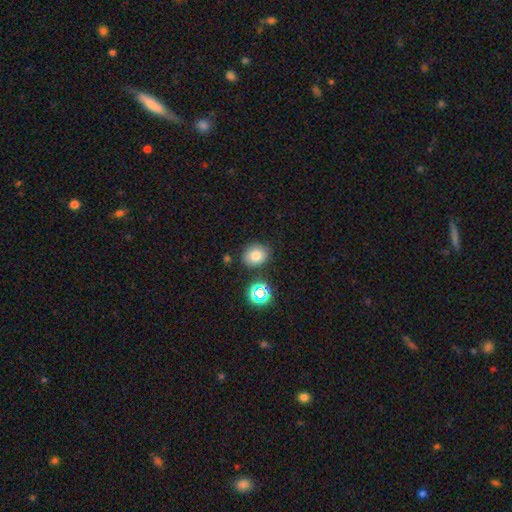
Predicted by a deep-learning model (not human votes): Q: Smooth or featured?
A: smooth (76%); runner-up: star or artifact (16%)
Q: How rounded?
A: round (61%); runner-up: in between (39%)
Q: Merging?
A: none (80%); runner-up: minor disturbance (12%)